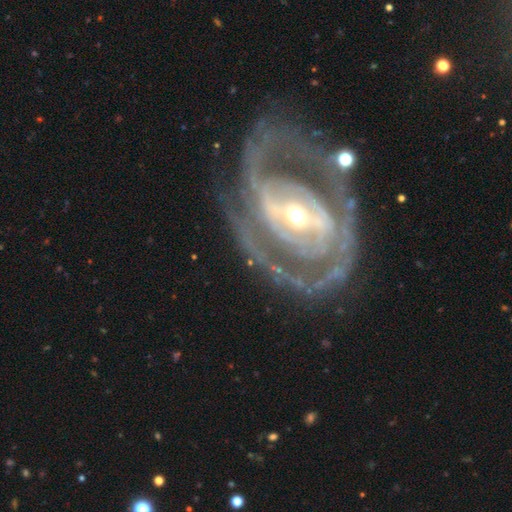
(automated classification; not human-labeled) The model was most divided on "spiral winding": tight: 53%, medium: 34%, loose: 13%. Remaining: edge-on disk — no (95%); smooth or featured — featured or disk (88%); spiral arms — yes (85%); merging — none (62%); bulge size — moderate (58%); bar — strong (51%); spiral arm count — 2 (50%).